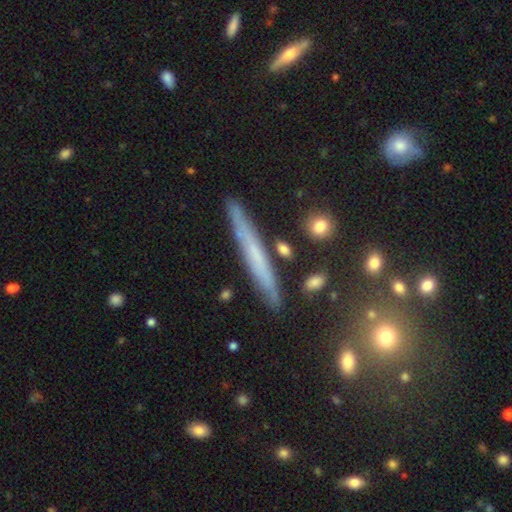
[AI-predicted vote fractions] featured or disk 46% (tied), smooth 46% (tied), star or artifact 8%. Down the decision tree: merging — none (86%).